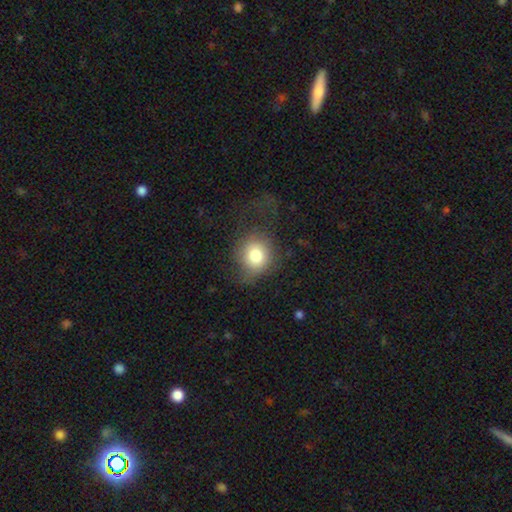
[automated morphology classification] This appears to be a smooth galaxy with no disk features (77%) that is round (77%). Merging: none (55%).